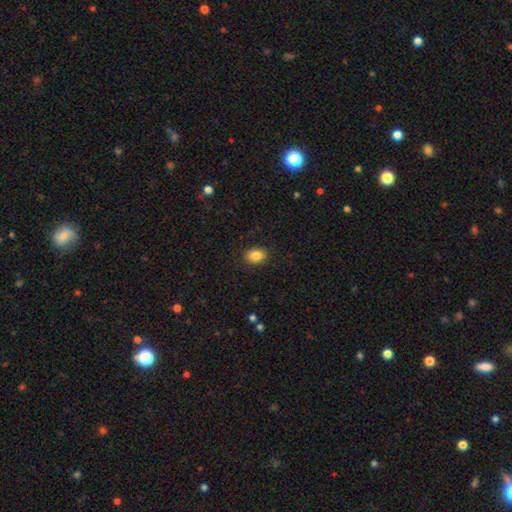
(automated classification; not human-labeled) A smooth galaxy with no disk features (86%) that is in between round and cigar-shaped (70%).

Vote fractions:
- Smooth or featured? smooth: 86% / star or artifact: 9% / featured or disk: 5%
- How rounded? in between: 70% / round: 29% / cigar-shaped: 1%
- Merging? none: 89% / minor disturbance: 8% / major disturbance: 2% / merger: 1%